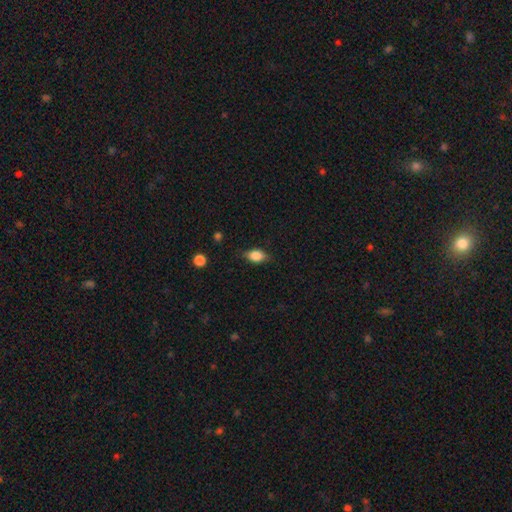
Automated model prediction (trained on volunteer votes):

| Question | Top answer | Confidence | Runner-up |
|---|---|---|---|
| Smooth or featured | smooth | 79% | featured or disk (12%) |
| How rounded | in between | 81% | round (14%) |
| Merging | none | 78% | minor disturbance (17%) |